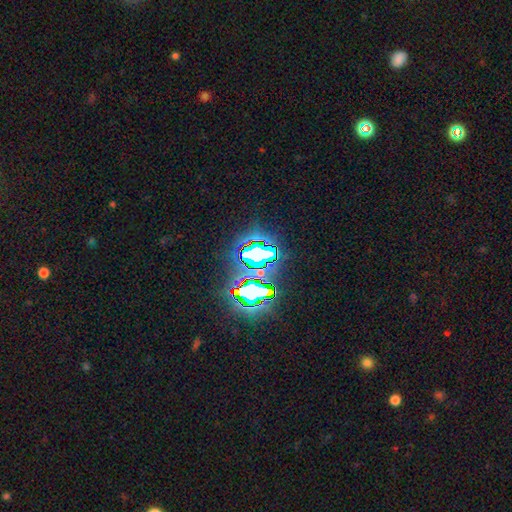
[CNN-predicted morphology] type=star or artifact (80%).